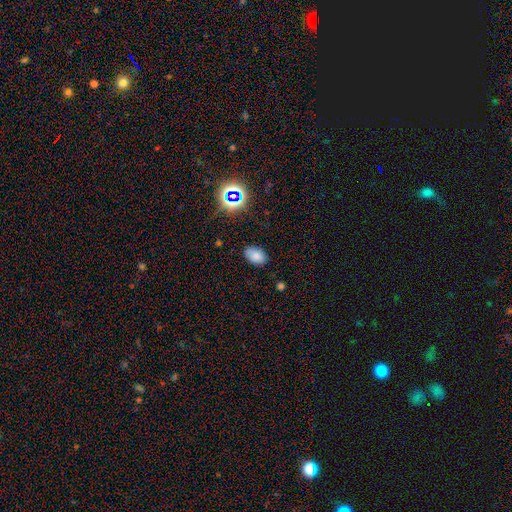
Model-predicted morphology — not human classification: This is likely a smooth galaxy (78%). How rounded: clearly in between (88%). Merging: clearly none (81%).